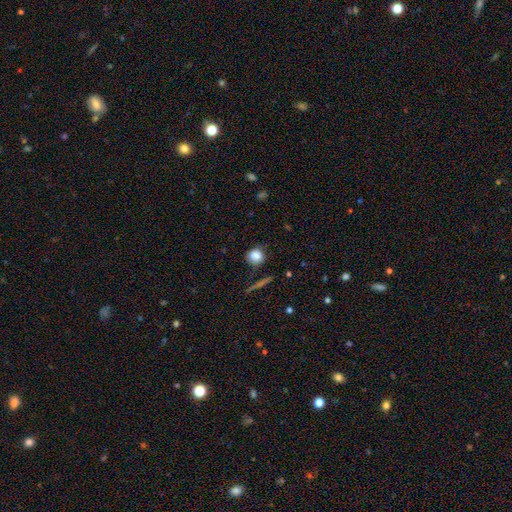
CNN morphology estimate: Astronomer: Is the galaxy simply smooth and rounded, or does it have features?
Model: smooth — 82%.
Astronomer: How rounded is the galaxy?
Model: round — 81%.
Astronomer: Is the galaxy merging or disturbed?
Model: none — 75%.